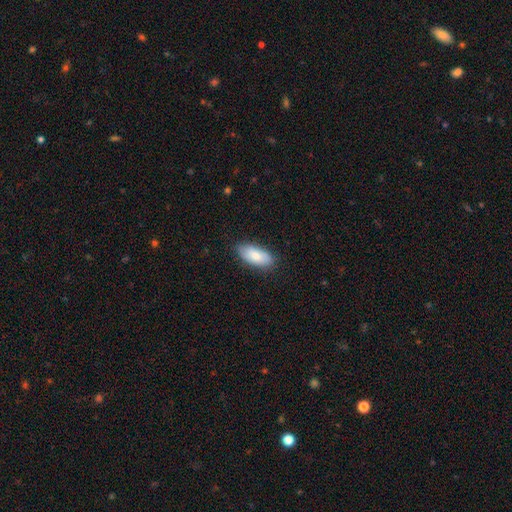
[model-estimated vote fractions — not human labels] This appears to be a smooth galaxy with no disk features (79%) that is in between round and cigar-shaped (91%). Merging: none (81%).